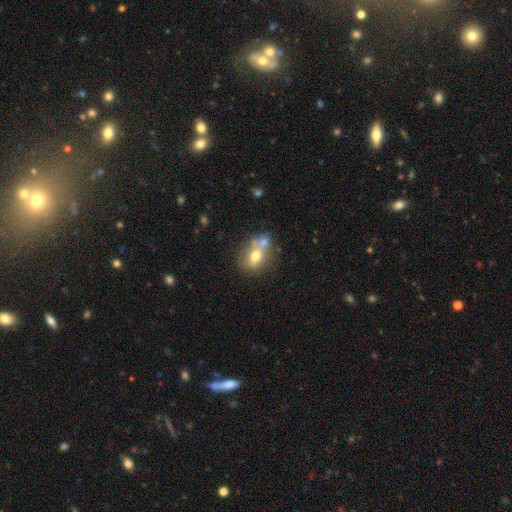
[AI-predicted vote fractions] The model was most divided on "merging": merger: 42%, none: 39%, minor disturbance: 13%, major disturbance: 6%. More confident: smooth or featured — smooth (66%); how rounded — in between (60%).